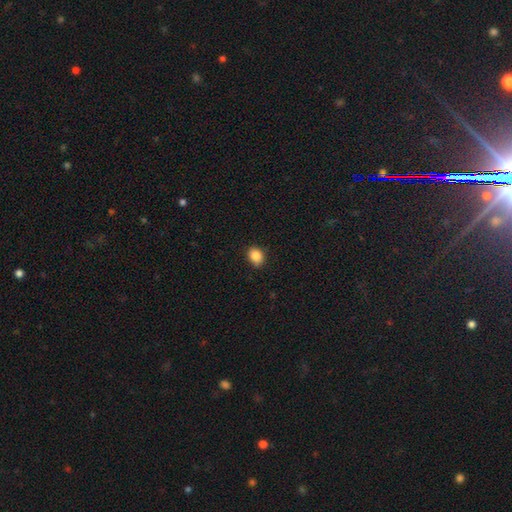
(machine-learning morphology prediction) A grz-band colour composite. It shows a smooth galaxy with no disk features (87%) that is round (52%). Merging: none (85%).